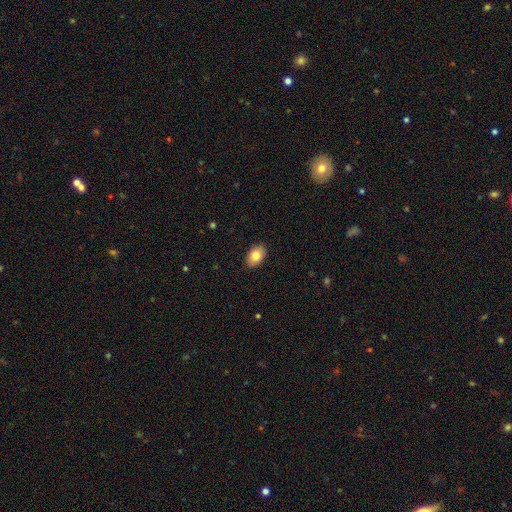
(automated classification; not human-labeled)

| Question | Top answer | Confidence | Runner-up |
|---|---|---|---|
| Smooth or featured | smooth | 82% | featured or disk (11%) |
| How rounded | in between | 90% | round (9%) |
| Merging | none | 89% | minor disturbance (8%) |